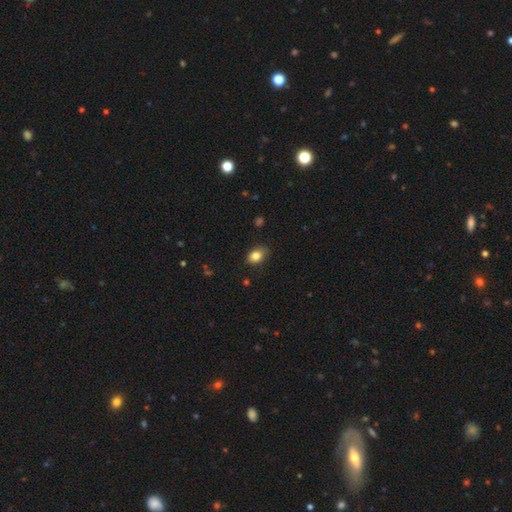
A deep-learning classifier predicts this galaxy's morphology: Smooth or featured? smooth (84%)
How rounded? in between (72%)
Merging? none (75%)